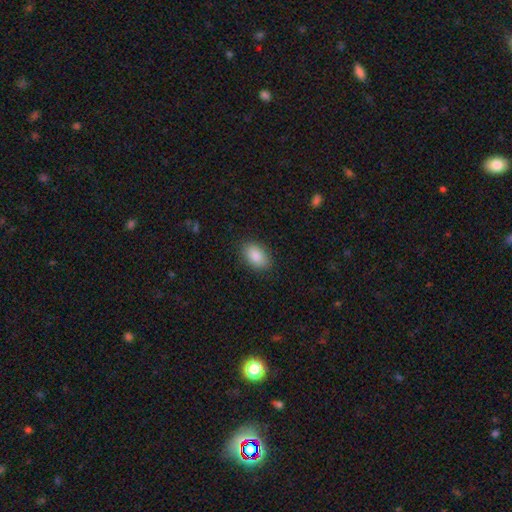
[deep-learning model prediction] Q: Smooth or featured?
A: smooth (88%); runner-up: star or artifact (7%)
Q: How rounded?
A: in between (90%); runner-up: round (9%)
Q: Merging?
A: none (87%); runner-up: minor disturbance (9%)